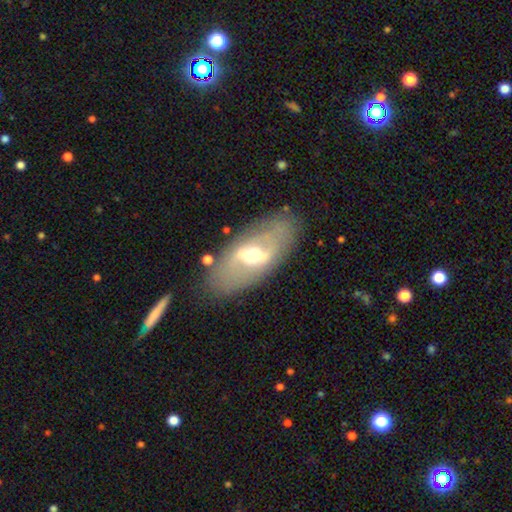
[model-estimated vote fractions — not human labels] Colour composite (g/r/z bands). It shows a featured or disk galaxy (65%) with a weak bar (44%), no spiral arms (60%) and a moderate central bulge (70%). Merging: none (80%).